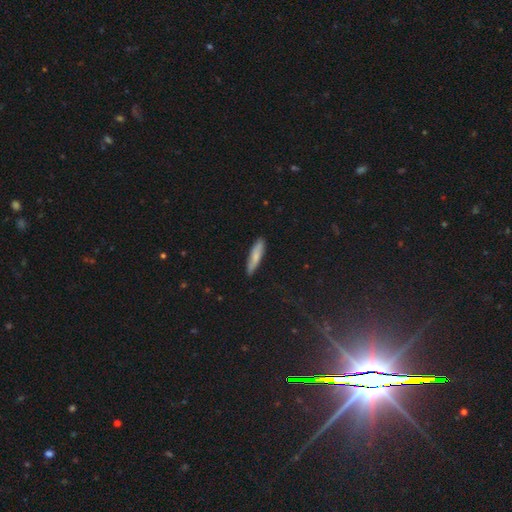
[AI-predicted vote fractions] Morphology: type=smooth (76%); roundness=cigar-shaped (80%); merging=none (88%).